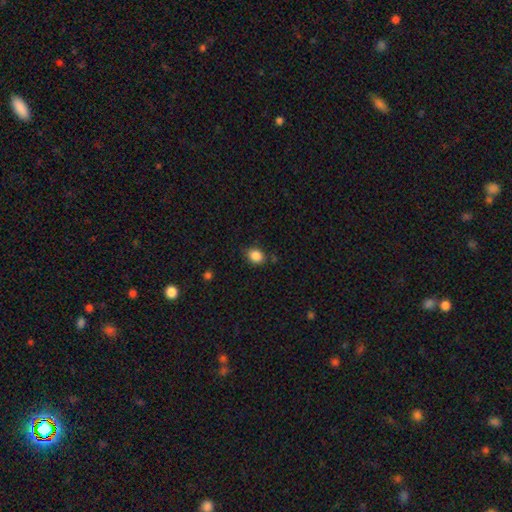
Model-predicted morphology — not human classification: Smooth or featured? smooth (86%)
How rounded? round (53%)
Merging? none (78%)